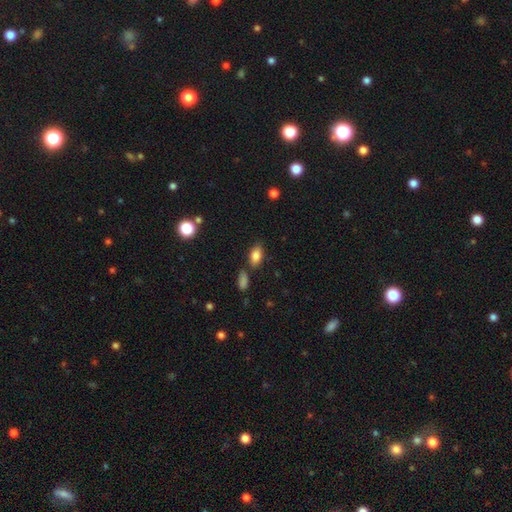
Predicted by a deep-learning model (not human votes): Smooth or featured? Predicted: smooth (p=0.83). How rounded? Predicted: in between (p=0.89). Merging? Predicted: none (p=0.75).